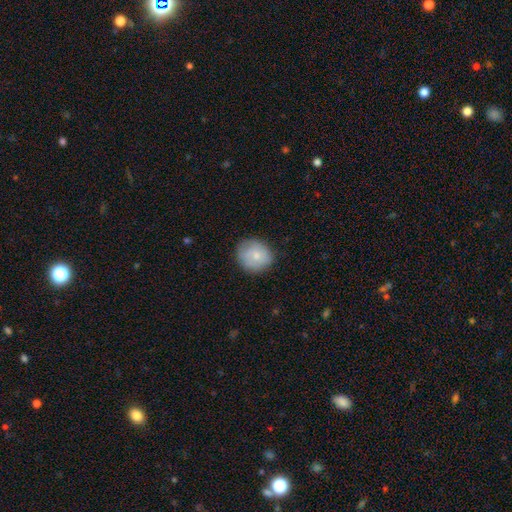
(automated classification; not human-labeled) This is likely a smooth galaxy (72%). How rounded: clearly round (84%). Merging: likely none (79%).